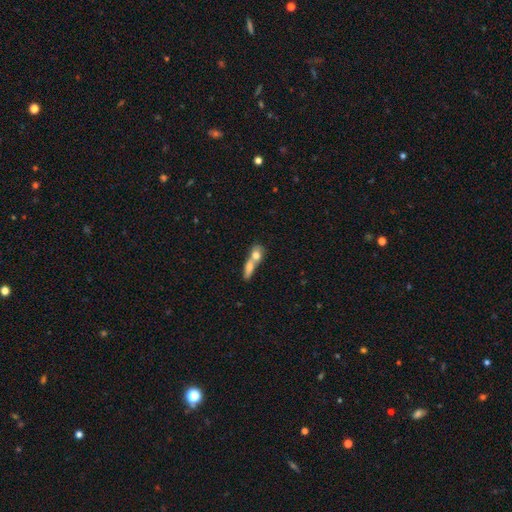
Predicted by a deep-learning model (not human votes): Smooth or featured?
  - smooth: 70% *
  - featured or disk: 23%
  - star or artifact: 8%
How rounded?
  - in between: 49% *
  - round: 28%
  - cigar-shaped: 24%
Merging?
  - merger: 70% *
  - none: 19%
  - minor disturbance: 6%
  - major disturbance: 4%